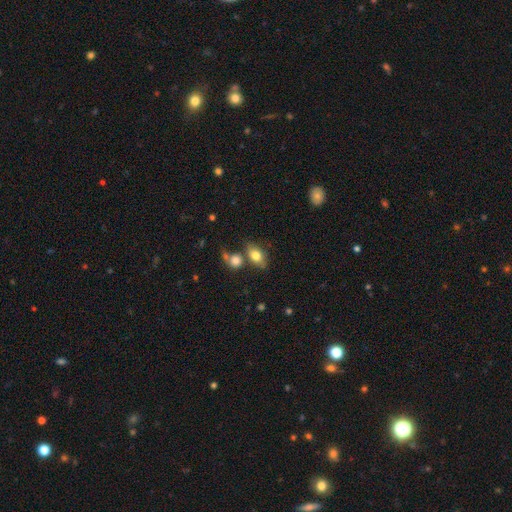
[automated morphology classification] smooth 78%, featured or disk 13%, star or artifact 8%. Down the decision tree: how rounded — in between (83%); merging — none (58%).